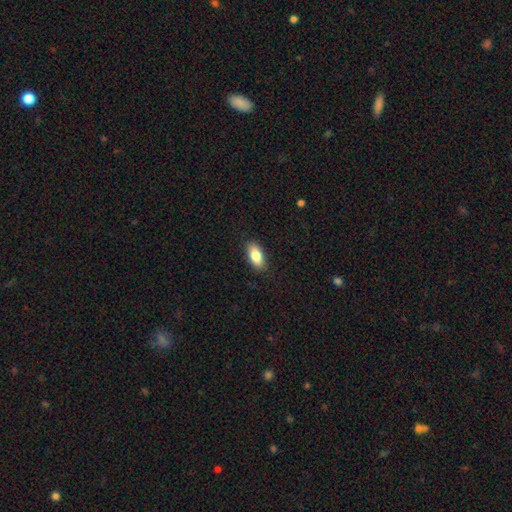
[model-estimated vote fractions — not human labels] This appears to be a smooth galaxy with no disk features (83%) that is in between round and cigar-shaped (89%). Merging: none (88%).